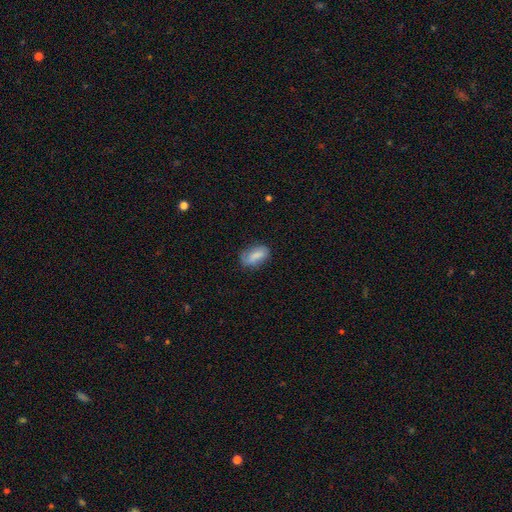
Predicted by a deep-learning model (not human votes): This is likely a smooth galaxy (75%). How rounded: clearly in between (88%). Merging: likely none (64%).